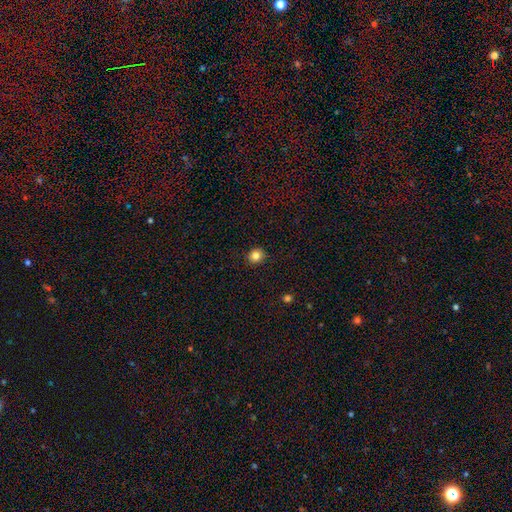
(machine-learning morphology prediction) Smooth or featured: smooth — 83% (star or artifact — 11%)
How rounded: round — 81% (in between — 18%)
Merging: none — 90% (minor disturbance — 7%)